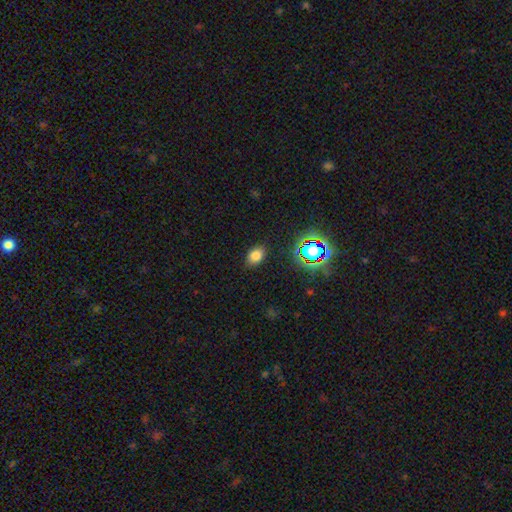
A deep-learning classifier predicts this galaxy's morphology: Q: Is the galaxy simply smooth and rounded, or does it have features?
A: smooth — 77%.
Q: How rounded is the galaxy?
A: in between — 77%.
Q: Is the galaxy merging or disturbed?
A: none — 86%.